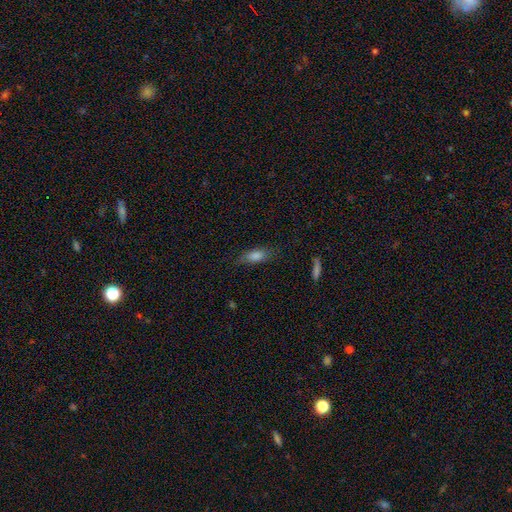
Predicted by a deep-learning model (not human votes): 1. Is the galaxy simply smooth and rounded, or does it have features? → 78% smooth, 13% featured or disk, 9% star or artifact.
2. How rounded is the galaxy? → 68% in between, 29% cigar-shaped, 3% round.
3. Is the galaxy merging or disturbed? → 71% none, 21% minor disturbance, 6% major disturbance, 2% merger.